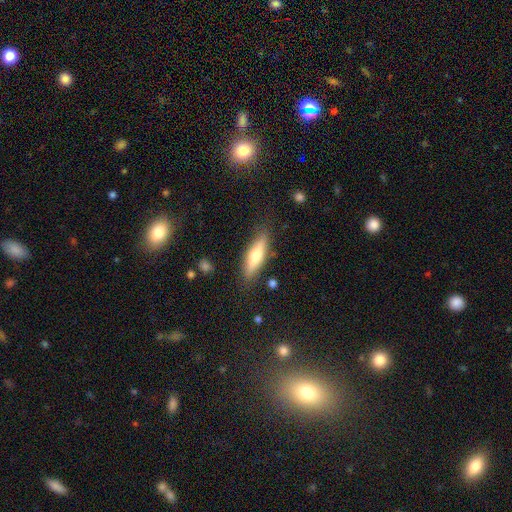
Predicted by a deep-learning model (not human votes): Smooth or featured? smooth (56%)
How rounded? cigar-shaped (64%)
Merging? none (83%)